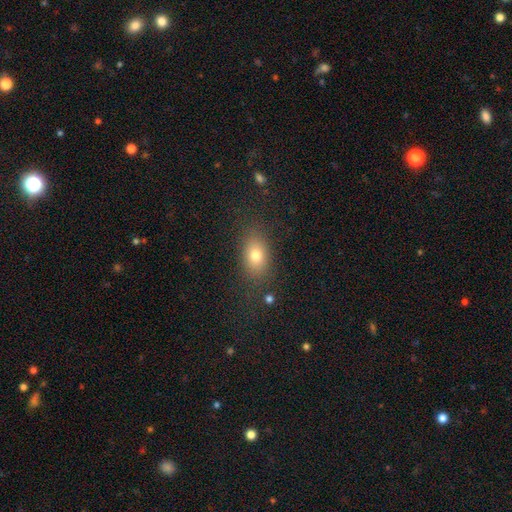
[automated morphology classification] smooth-or-featured: smooth: 76% | star or artifact: 12% | featured or disk: 12%
  how-rounded: in between: 78% | round: 19% | cigar-shaped: 3%
  merging: none: 79% | minor disturbance: 13% | major disturbance: 6% | merger: 2%